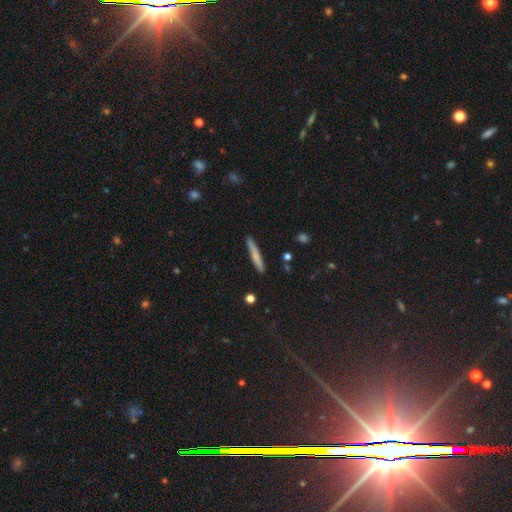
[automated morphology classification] Q: Smooth or featured?
A: smooth (69%); runner-up: featured or disk (25%)
Q: How rounded?
A: cigar-shaped (95%); runner-up: in between (4%)
Q: Merging?
A: none (85%); runner-up: minor disturbance (11%)